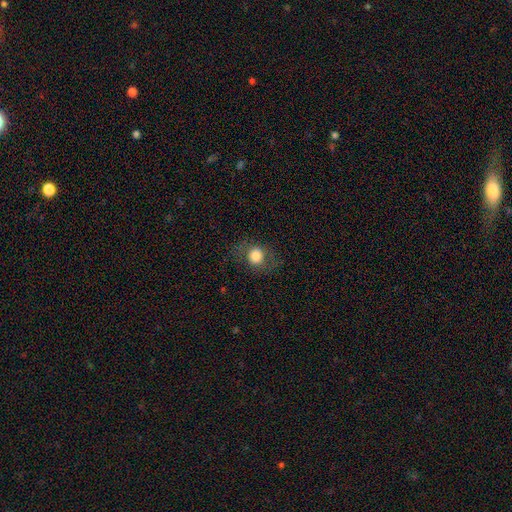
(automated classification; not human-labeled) Smooth or featured?
  - smooth: 74% *
  - featured or disk: 16%
  - star or artifact: 10%
How rounded?
  - round: 75% *
  - in between: 24%
  - cigar-shaped: 1%
Merging?
  - none: 75% *
  - minor disturbance: 15%
  - major disturbance: 9%
  - merger: 1%